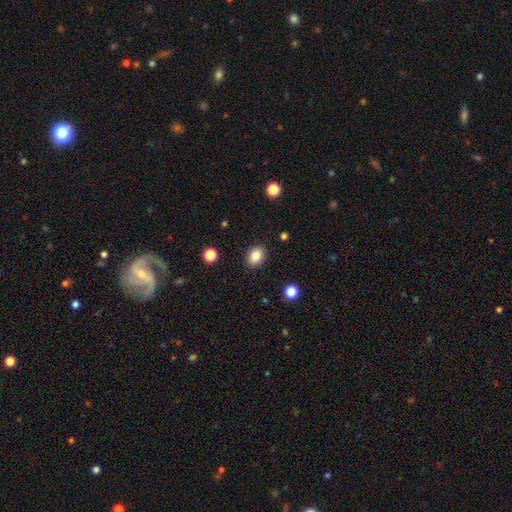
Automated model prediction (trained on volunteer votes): Smooth or featured?
  - smooth: 85% *
  - star or artifact: 9%
  - featured or disk: 6%
How rounded?
  - in between: 59% *
  - round: 40%
  - cigar-shaped: 1%
Merging?
  - none: 89% *
  - minor disturbance: 7%
  - major disturbance: 2%
  - merger: 1%